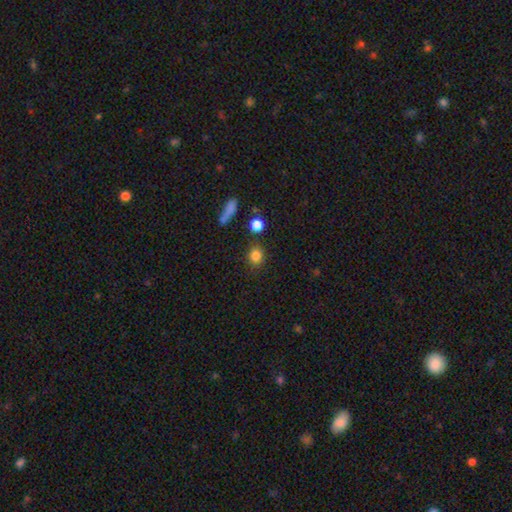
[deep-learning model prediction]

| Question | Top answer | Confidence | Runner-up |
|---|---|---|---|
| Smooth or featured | smooth | 84% | star or artifact (11%) |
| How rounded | round | 72% | in between (25%) |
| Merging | none | 80% | minor disturbance (10%) |